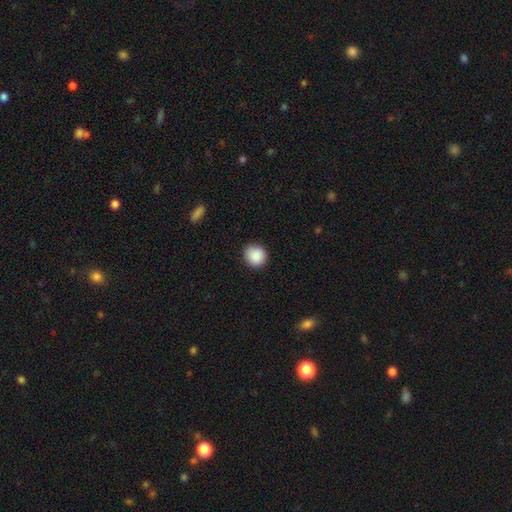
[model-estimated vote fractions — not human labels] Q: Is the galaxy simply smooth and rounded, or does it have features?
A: smooth — 89%.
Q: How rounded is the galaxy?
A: round — 88%.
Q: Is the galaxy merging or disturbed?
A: none — 86%.